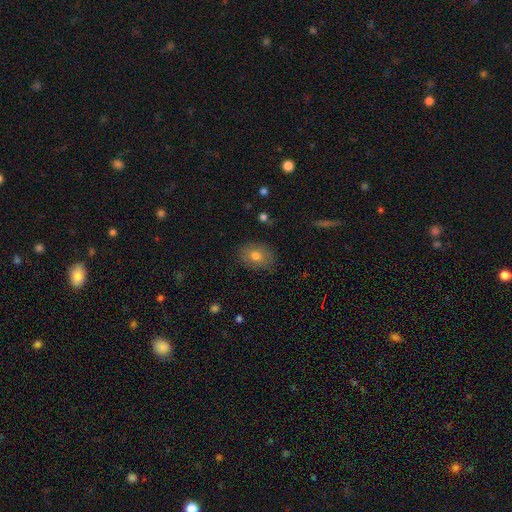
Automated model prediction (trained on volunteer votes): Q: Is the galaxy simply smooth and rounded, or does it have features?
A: smooth — 74%.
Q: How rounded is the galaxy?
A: in between — 69%.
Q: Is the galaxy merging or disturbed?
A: none — 84%.